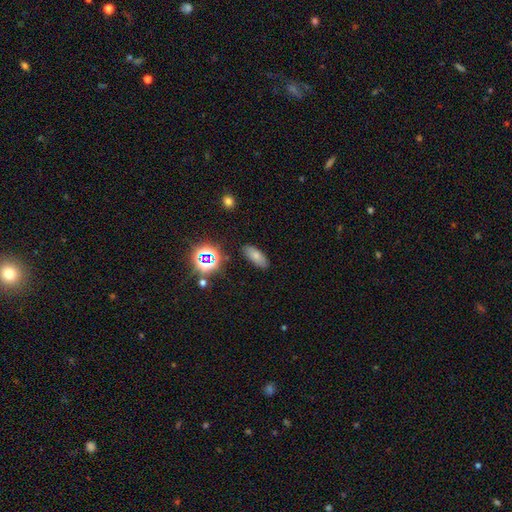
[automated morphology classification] type=smooth (71%); roundness=in between (80%); merging=none (85%).